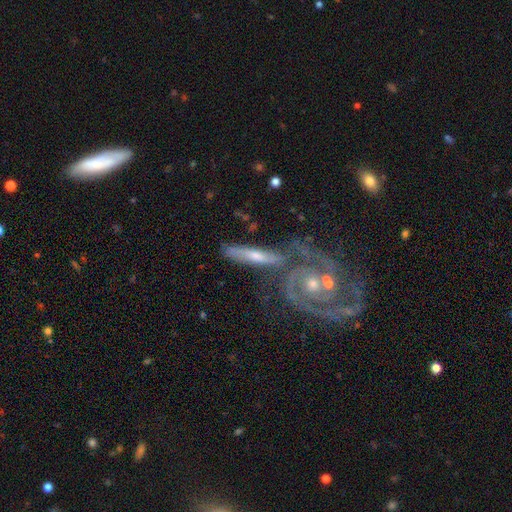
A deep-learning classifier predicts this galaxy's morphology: smooth-or-featured: featured or disk: 47% (tied) | smooth: 47% (tied) | star or artifact: 6%
  merging: none: 55% | merger: 22% | minor disturbance: 16% | major disturbance: 8%